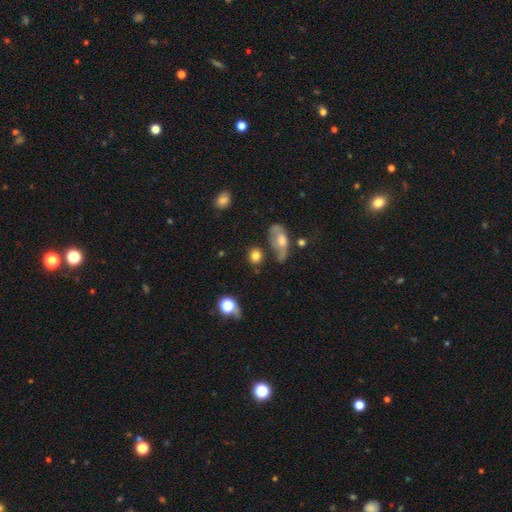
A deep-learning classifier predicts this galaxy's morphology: This appears to be a smooth galaxy with no disk features (79%) that is round (74%). Merging: none (69%).